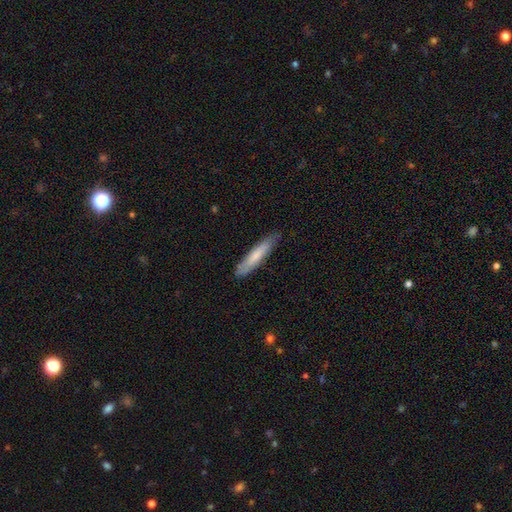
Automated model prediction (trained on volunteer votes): Morphology: type=smooth (72%); roundness=cigar-shaped (87%); merging=none (84%).